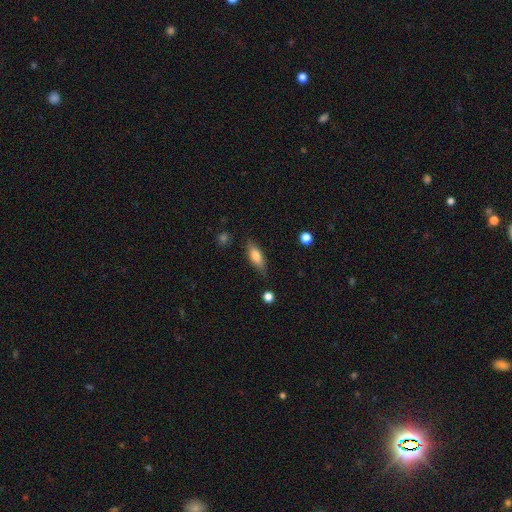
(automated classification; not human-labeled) Overall: smooth (67%). How rounded: in between (55%; cigar-shaped 42%). Merging: none (81%).